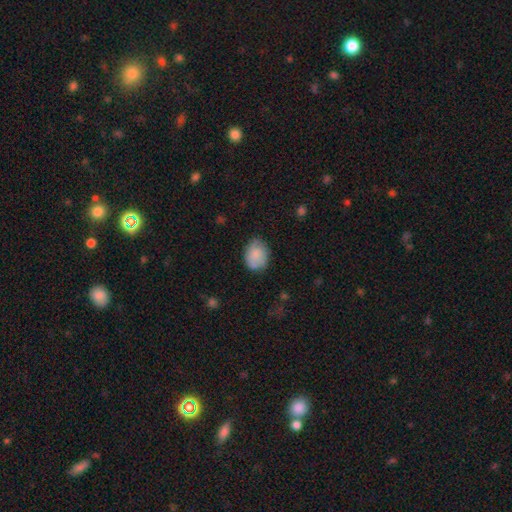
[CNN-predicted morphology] Smooth or featured? Predicted: smooth (p=0.80). How rounded? Predicted: in between (p=0.65). Merging? Predicted: none (p=0.70).